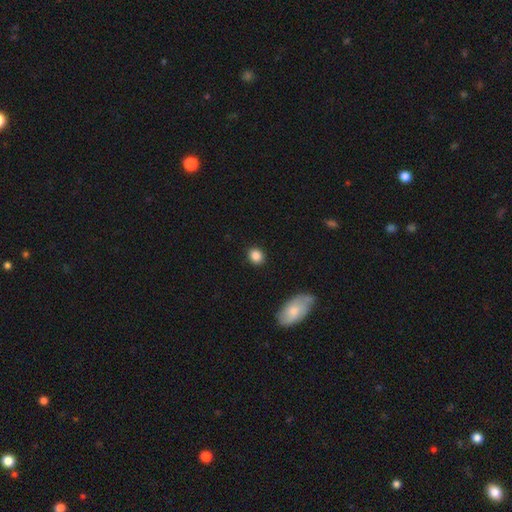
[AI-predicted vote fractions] smooth-or-featured: smooth: 87% | star or artifact: 9% | featured or disk: 4%
  how-rounded: round: 65% | in between: 34% | cigar-shaped: 1%
  merging: none: 88% | minor disturbance: 9% | major disturbance: 2% | merger: 2%